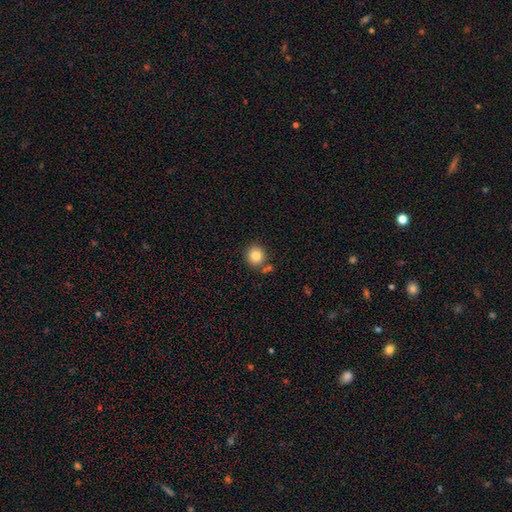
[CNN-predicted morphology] Overall: smooth (83%). How rounded: round (92%). Merging: none (77%).